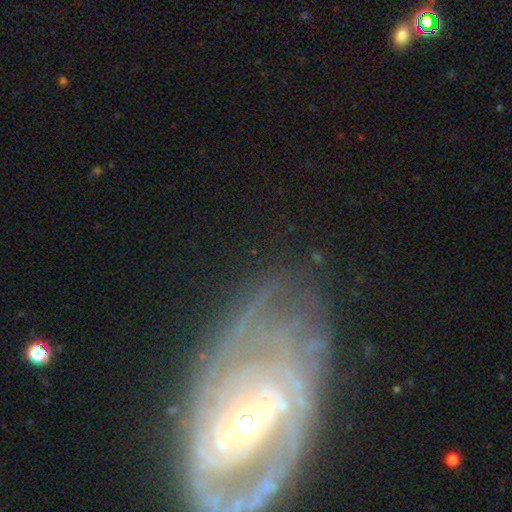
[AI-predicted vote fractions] Smooth or featured? Predicted: featured or disk (p=0.76). Edge-on disk? Predicted: no (p=0.92). Bar? Predicted: no (p=0.45). Spiral arms? Predicted: yes (p=0.77). Spiral winding? Predicted: tight (p=0.67). Spiral arm count? Predicted: can't tell (p=0.46). Bulge size? Predicted: moderate (p=0.50). Merging? Predicted: none (p=0.63).